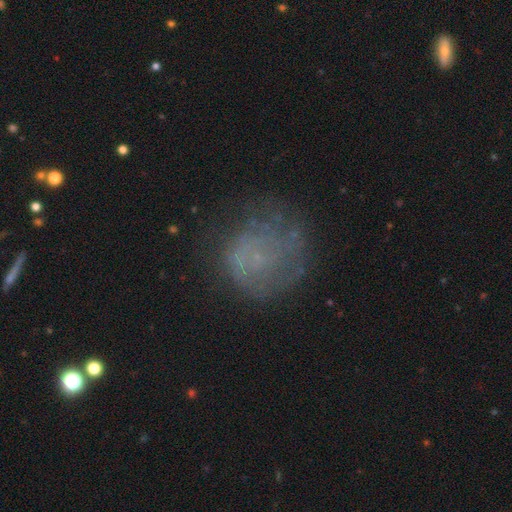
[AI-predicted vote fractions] Smooth or featured: featured or disk — 41% (smooth — 38%)
Merging: none — 62% (minor disturbance — 19%)